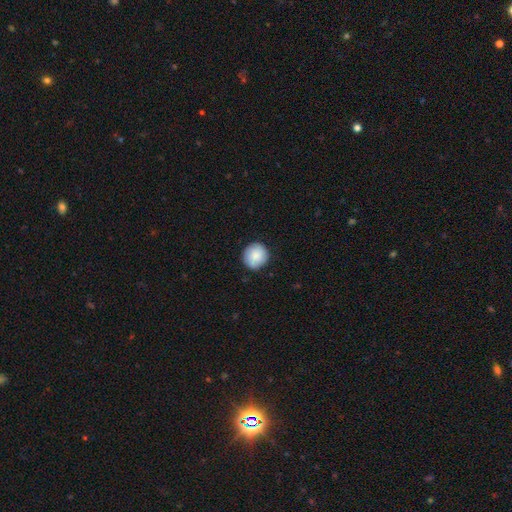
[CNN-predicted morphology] Q: Smooth or featured?
A: smooth (85%); runner-up: featured or disk (8%)
Q: How rounded?
A: round (91%); runner-up: in between (8%)
Q: Merging?
A: none (87%); runner-up: minor disturbance (10%)